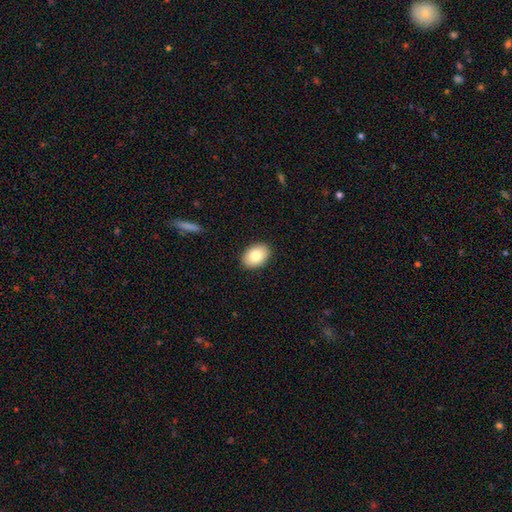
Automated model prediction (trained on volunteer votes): smooth 80%, featured or disk 12%, star or artifact 7%. Down the decision tree: how rounded — in between (82%); merging — none (90%).